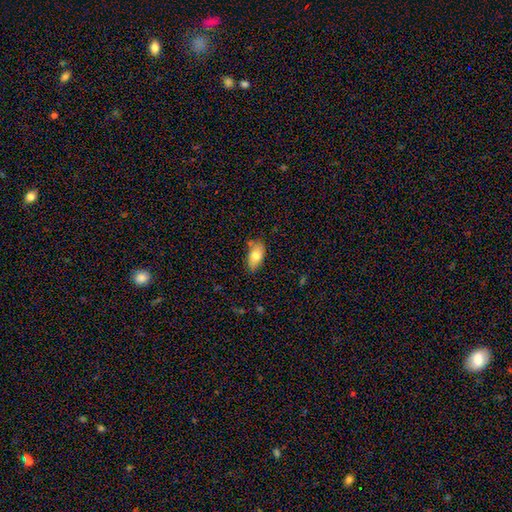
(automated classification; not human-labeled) Smooth or featured: smooth — 78% (featured or disk — 15%)
How rounded: in between — 91% (cigar-shaped — 5%)
Merging: none — 75% (minor disturbance — 18%)